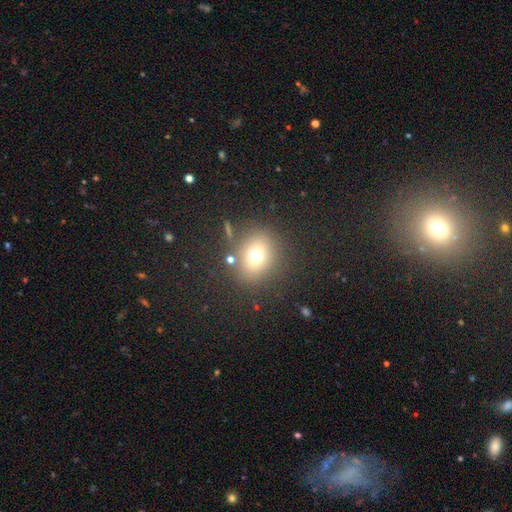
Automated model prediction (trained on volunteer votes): Smooth or featured?
  - smooth: 70% *
  - star or artifact: 17%
  - featured or disk: 13%
How rounded?
  - round: 69% *
  - in between: 30%
  - cigar-shaped: 1%
Merging?
  - none: 79% *
  - minor disturbance: 10%
  - merger: 6%
  - major disturbance: 5%